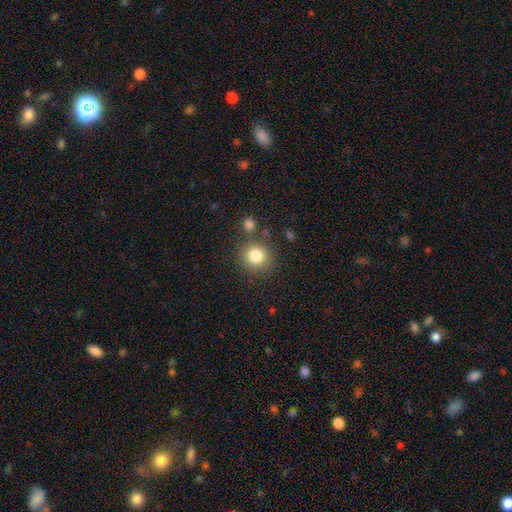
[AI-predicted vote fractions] smooth 82%, star or artifact 11%, featured or disk 7%. Down the decision tree: how rounded — round (90%); merging — none (80%).